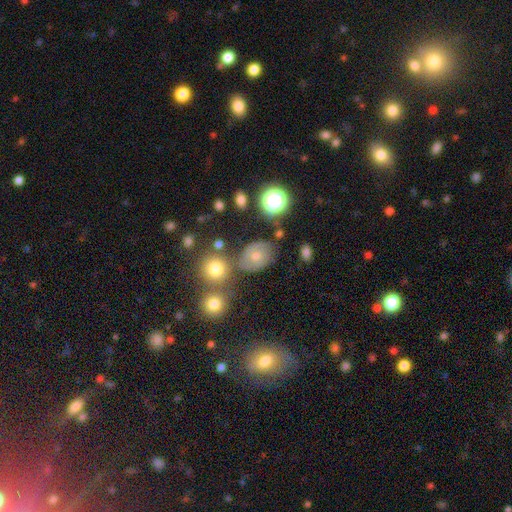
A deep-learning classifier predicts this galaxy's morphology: Smooth or featured?
  - smooth: 57% *
  - featured or disk: 26%
  - star or artifact: 17%
How rounded?
  - in between: 51% *
  - round: 48%
  - cigar-shaped: 1%
Merging?
  - none: 63% *
  - minor disturbance: 19%
  - merger: 11%
  - major disturbance: 7%